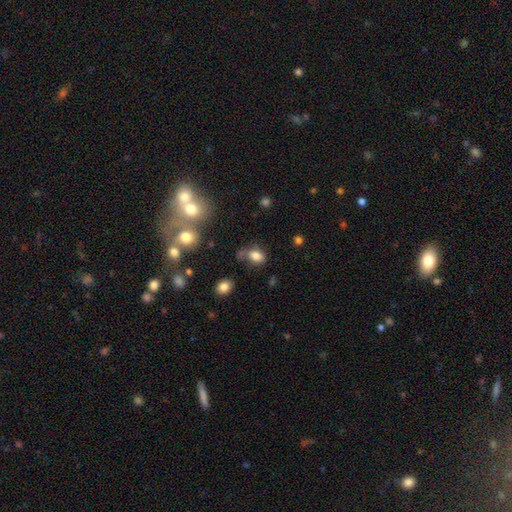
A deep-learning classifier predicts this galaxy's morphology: This is likely a smooth galaxy (79%). How rounded: likely in between (77%). Merging: possibly none (47%).